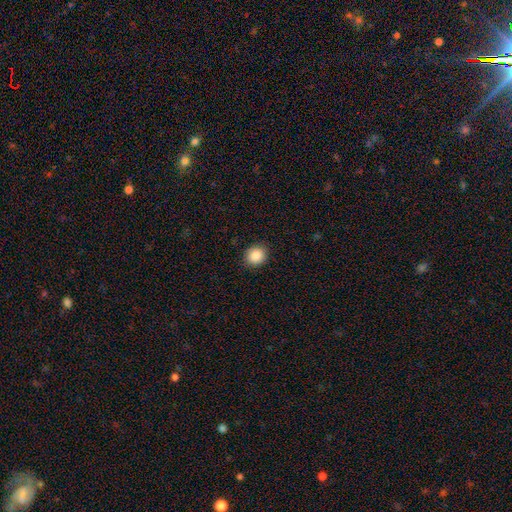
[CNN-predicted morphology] This is clearly a smooth galaxy (87%). How rounded: likely round (76%). Merging: clearly none (90%).